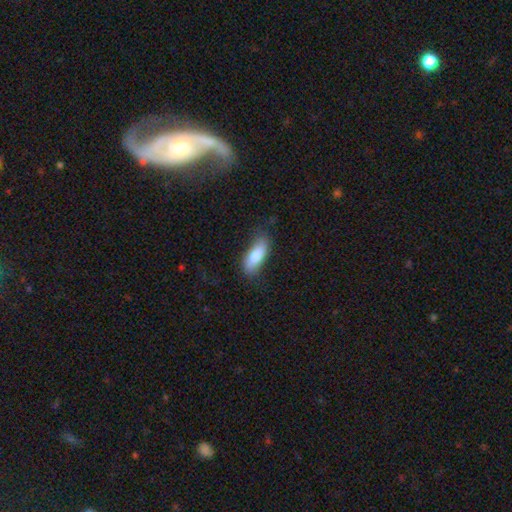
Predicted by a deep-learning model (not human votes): Overall: smooth (81%). How rounded: in between (74%). Merging: none (75%).